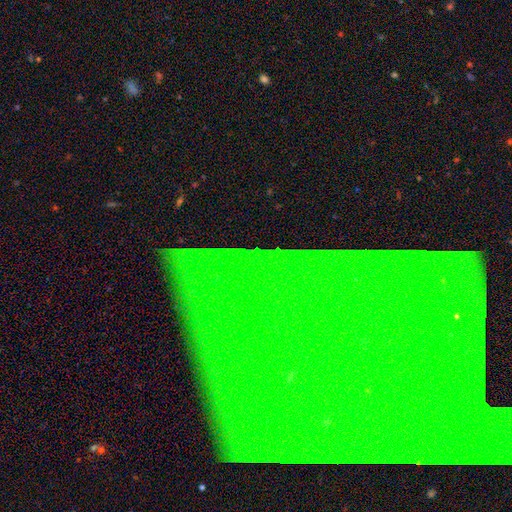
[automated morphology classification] Smooth or featured? Predicted: star or artifact (p=0.83).